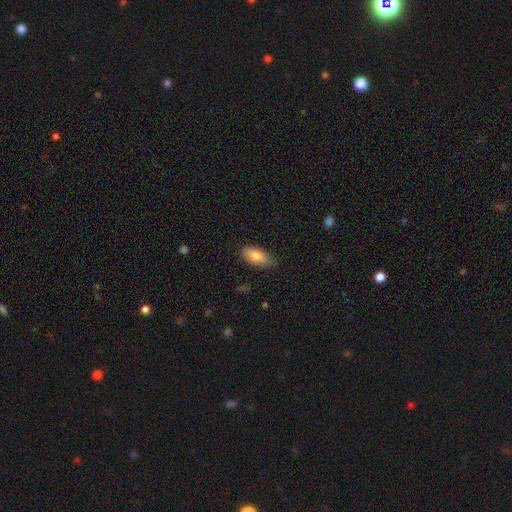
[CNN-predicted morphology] This appears to be a smooth galaxy with no disk features (82%) that is in between round and cigar-shaped (86%). Merging: none (72%).